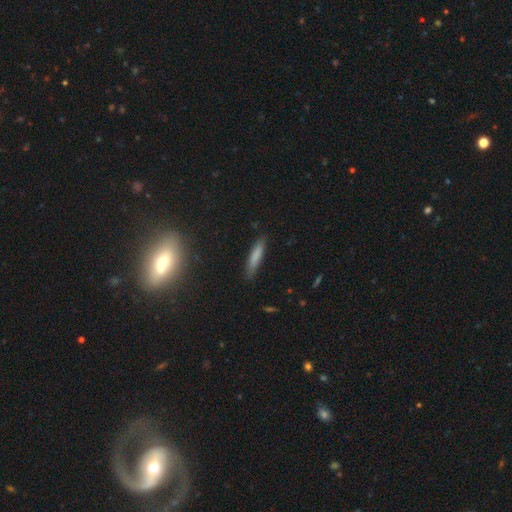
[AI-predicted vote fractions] Smooth or featured: smooth — 78% (featured or disk — 14%)
How rounded: cigar-shaped — 85% (in between — 13%)
Merging: none — 85% (minor disturbance — 12%)